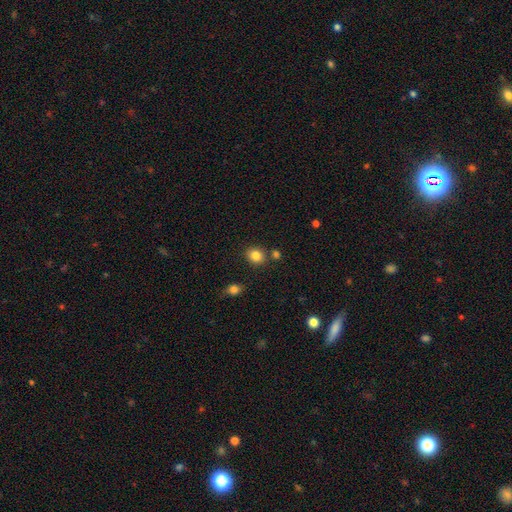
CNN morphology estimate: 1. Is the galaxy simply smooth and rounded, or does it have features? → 84% smooth, 10% star or artifact, 6% featured or disk.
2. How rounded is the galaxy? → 67% round, 33% in between, 1% cigar-shaped.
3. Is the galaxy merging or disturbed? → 78% none, 10% minor disturbance, 9% merger, 3% major disturbance.